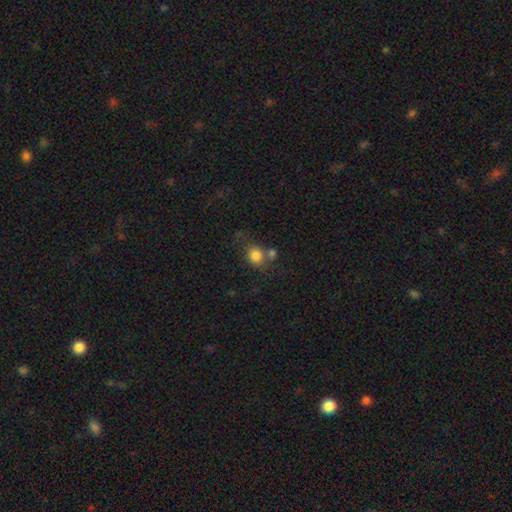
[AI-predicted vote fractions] smooth-or-featured: smooth: 82% | star or artifact: 11% | featured or disk: 7%
  how-rounded: round: 75% | in between: 24% | cigar-shaped: 1%
  merging: none: 54% | merger: 26% | minor disturbance: 14% | major disturbance: 6%